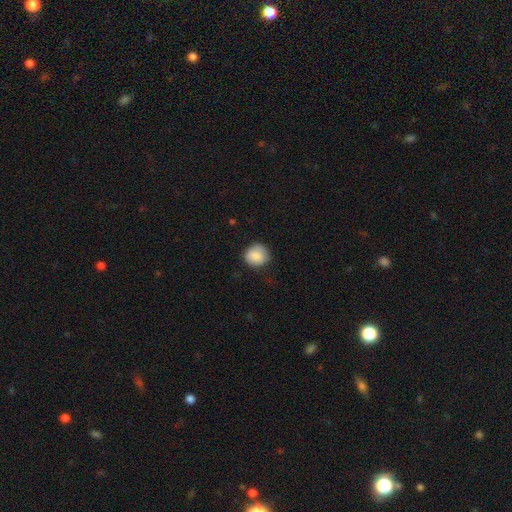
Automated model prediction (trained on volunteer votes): The model was most divided on "merging": none: 77%, minor disturbance: 18%, major disturbance: 4%, merger: 1%. More confident: how rounded — round (85%); smooth or featured — smooth (85%).